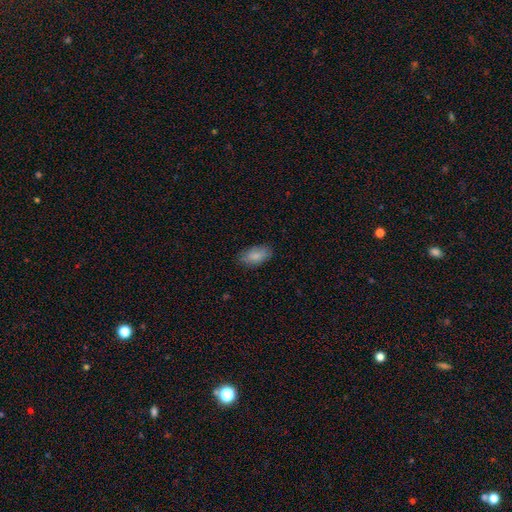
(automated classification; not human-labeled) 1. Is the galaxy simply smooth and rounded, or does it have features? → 83% smooth, 11% featured or disk, 7% star or artifact.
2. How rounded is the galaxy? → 92% in between, 4% cigar-shaped, 4% round.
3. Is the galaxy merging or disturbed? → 78% none, 17% minor disturbance, 4% major disturbance, 1% merger.